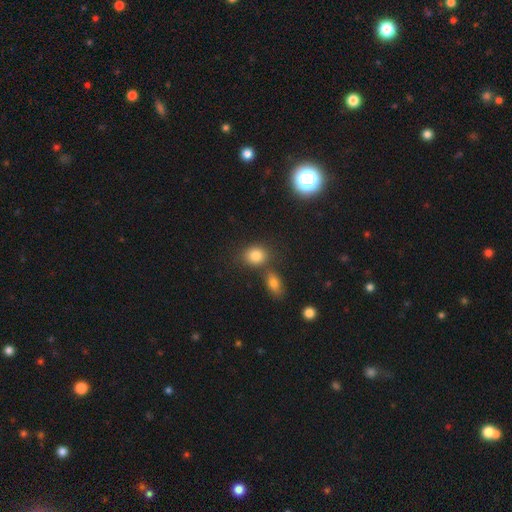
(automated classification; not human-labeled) A smooth galaxy with no disk features (83%) that is round (51%).

Vote fractions:
- Smooth or featured? smooth: 83% / star or artifact: 11% / featured or disk: 7%
- How rounded? round: 51% / in between: 48% / cigar-shaped: 2%
- Merging? none: 61% / merger: 24% / minor disturbance: 11% / major disturbance: 4%